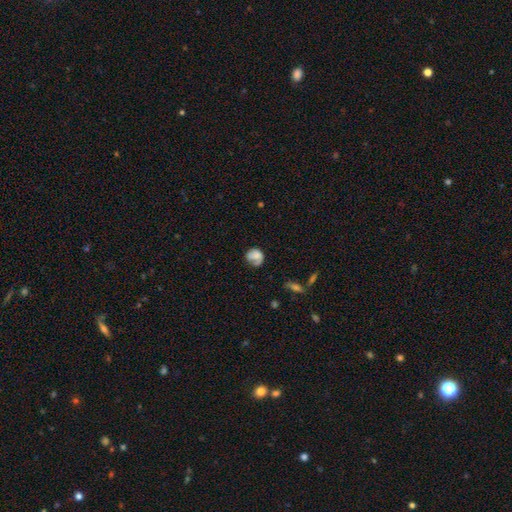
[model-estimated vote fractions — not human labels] Smooth or featured?
  - smooth: 58% *
  - featured or disk: 32%
  - star or artifact: 10%
How rounded?
  - round: 66% *
  - in between: 33%
  - cigar-shaped: 1%
Merging?
  - none: 45% *
  - minor disturbance: 27%
  - major disturbance: 20%
  - merger: 7%